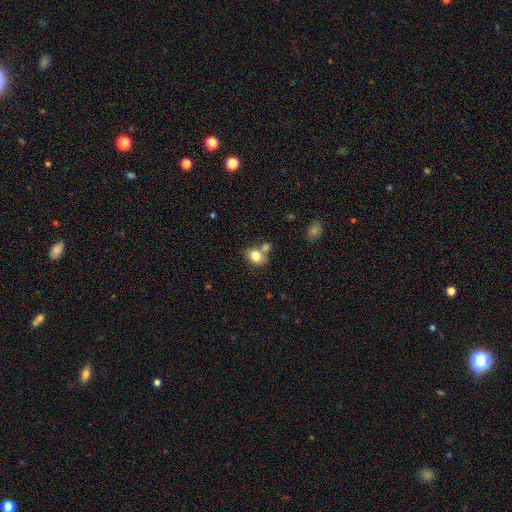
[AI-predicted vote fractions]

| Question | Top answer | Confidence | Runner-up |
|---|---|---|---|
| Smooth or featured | smooth | 81% | featured or disk (10%) |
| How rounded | in between | 57% | round (42%) |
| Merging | none | 51% | merger (30%) |